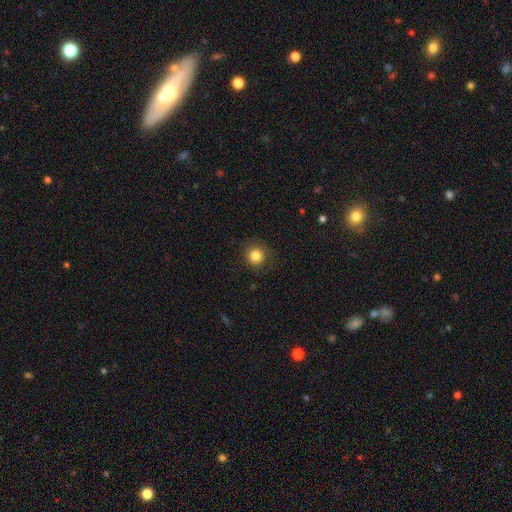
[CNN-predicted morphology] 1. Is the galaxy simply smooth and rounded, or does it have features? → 83% smooth, 11% star or artifact, 6% featured or disk.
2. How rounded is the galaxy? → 94% round, 6% in between, 1% cigar-shaped.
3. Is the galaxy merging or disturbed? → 87% none, 8% minor disturbance, 3% major disturbance, 1% merger.